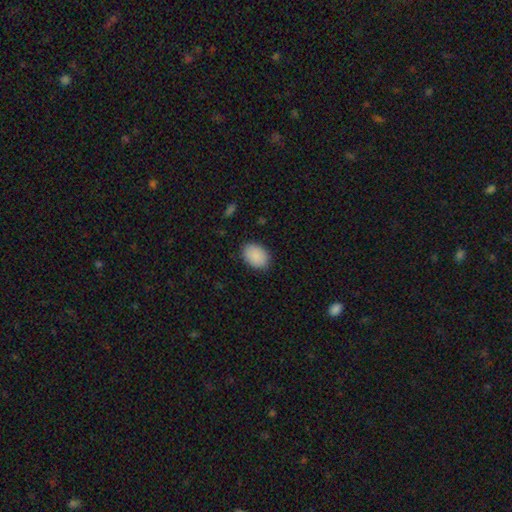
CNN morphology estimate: Smooth or featured? Predicted: smooth (p=0.90). How rounded? Predicted: in between (p=0.78). Merging? Predicted: none (p=0.87).